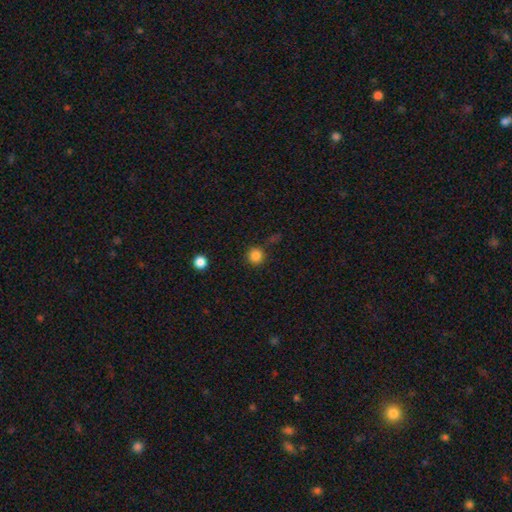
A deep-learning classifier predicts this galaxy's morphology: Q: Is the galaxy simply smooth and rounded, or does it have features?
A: smooth — 85%.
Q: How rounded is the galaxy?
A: round — 95%.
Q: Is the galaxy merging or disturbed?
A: none — 87%.